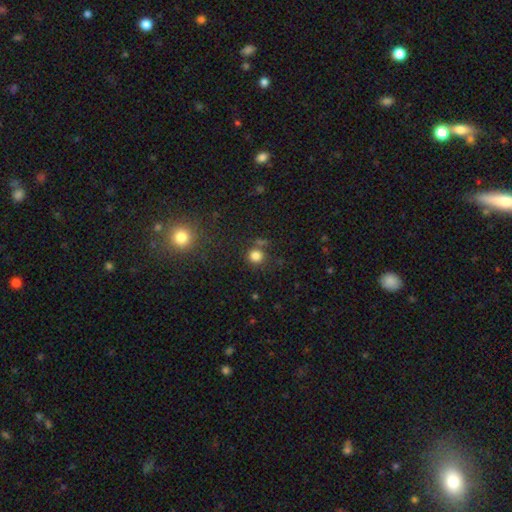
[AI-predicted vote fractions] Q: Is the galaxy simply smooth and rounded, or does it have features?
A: smooth — 80%.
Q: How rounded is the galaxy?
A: round — 89%.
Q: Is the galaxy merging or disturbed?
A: none — 75%.